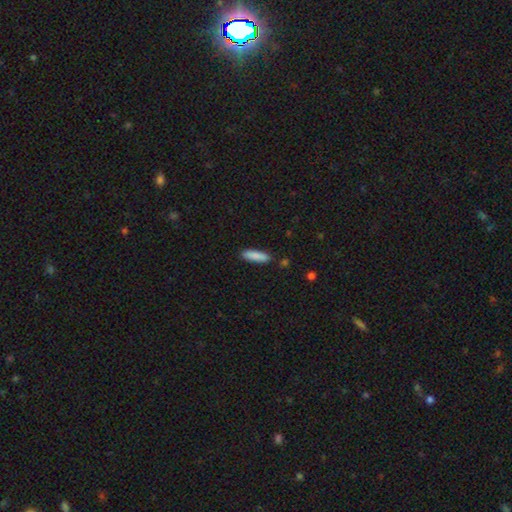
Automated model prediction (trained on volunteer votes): A smooth galaxy with no disk features (87%) that is cigar-shaped (66%).

Vote fractions:
- Smooth or featured? smooth: 87% / featured or disk: 7% / star or artifact: 6%
- How rounded? cigar-shaped: 66% / in between: 32% / round: 2%
- Merging? none: 88% / minor disturbance: 8% / major disturbance: 2% / merger: 2%